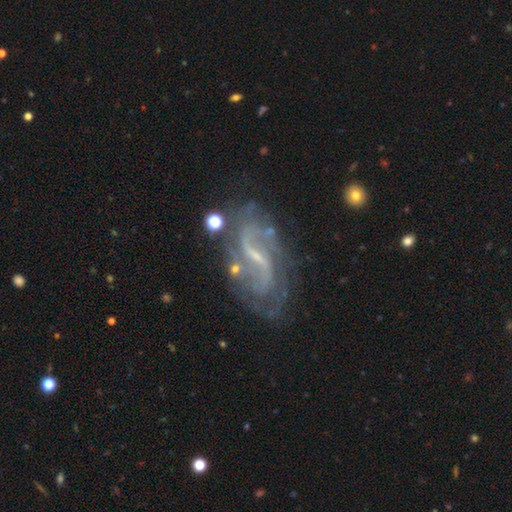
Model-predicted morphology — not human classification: type=featured or disk (86%); edge-on=no (96%); bar=weak (48%); spiral arms=yes (94%); winding=loose (47%); arm count=2 (80%); bulge=small (65%); merging=none (67%).